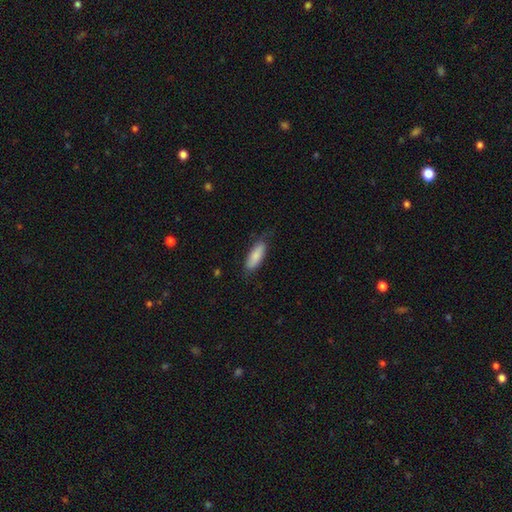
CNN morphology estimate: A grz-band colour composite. It shows a smooth galaxy with no disk features (83%) that is in between round and cigar-shaped (63%). Merging: none (72%).